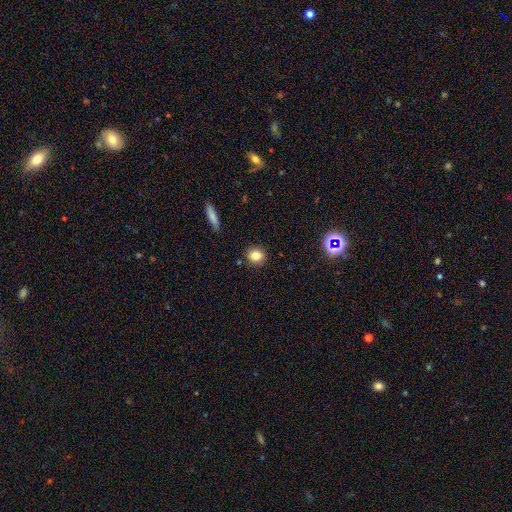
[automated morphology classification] A smooth galaxy with no disk features (81%) that is round (74%).

Vote fractions:
- Smooth or featured? smooth: 81% / star or artifact: 11% / featured or disk: 7%
- How rounded? round: 74% / in between: 24% / cigar-shaped: 1%
- Merging? none: 88% / minor disturbance: 8% / major disturbance: 2% / merger: 2%